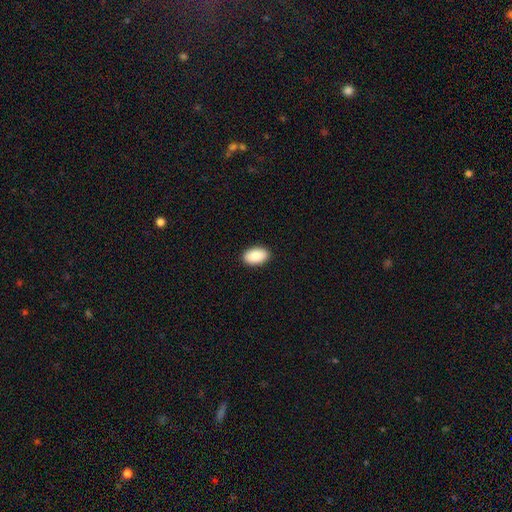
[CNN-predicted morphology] The model was most divided on "smooth or featured": smooth: 90%, star or artifact: 6%, featured or disk: 4%. More confident: how rounded — in between (94%); merging — none (91%).